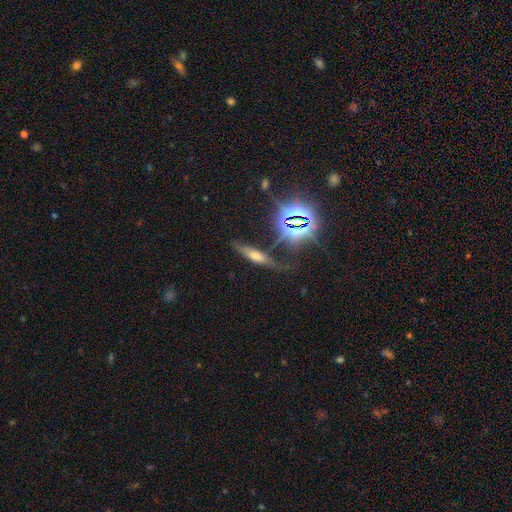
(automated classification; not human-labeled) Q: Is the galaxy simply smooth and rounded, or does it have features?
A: smooth — 39%.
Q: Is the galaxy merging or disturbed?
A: none — 66%.